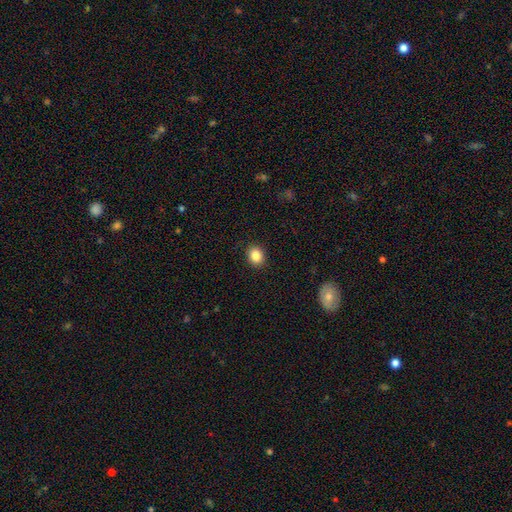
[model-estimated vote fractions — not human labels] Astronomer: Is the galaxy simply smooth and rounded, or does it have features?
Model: smooth — 85%.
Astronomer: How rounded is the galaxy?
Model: round — 66%.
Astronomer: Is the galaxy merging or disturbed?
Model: none — 91%.